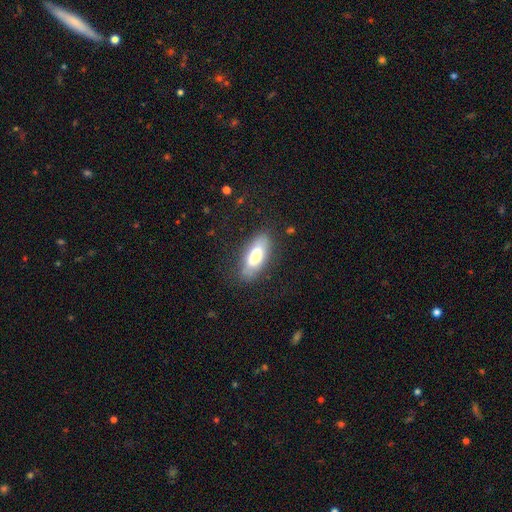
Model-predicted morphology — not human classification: smooth 74%, featured or disk 19%, star or artifact 7%. Down the decision tree: how rounded — in between (79%); merging — none (75%).